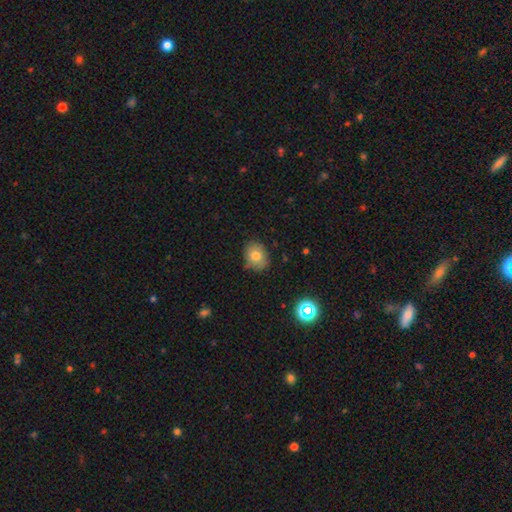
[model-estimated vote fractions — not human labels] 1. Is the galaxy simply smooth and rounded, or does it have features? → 77% smooth, 13% featured or disk, 10% star or artifact.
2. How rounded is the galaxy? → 52% in between, 47% round, 1% cigar-shaped.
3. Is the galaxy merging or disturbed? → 79% none, 17% minor disturbance, 3% major disturbance, 2% merger.